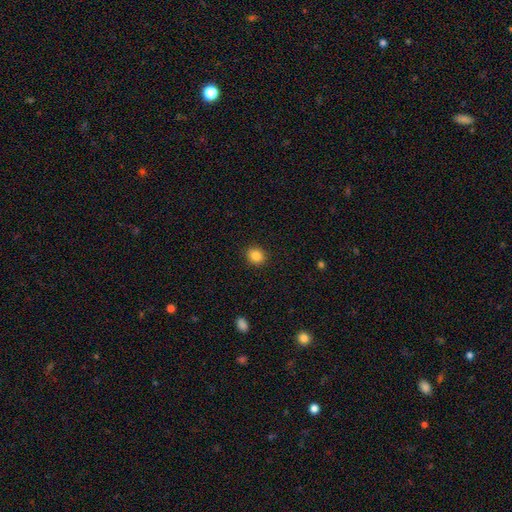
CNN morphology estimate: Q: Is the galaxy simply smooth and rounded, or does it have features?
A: smooth — 86%.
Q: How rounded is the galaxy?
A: round — 67%.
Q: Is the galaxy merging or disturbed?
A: none — 90%.